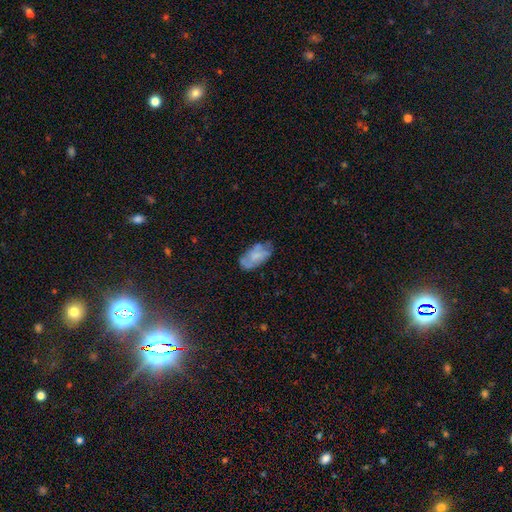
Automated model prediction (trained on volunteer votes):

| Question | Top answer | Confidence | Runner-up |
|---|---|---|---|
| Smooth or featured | smooth | 50% | featured or disk (42%) |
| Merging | none | 58% | minor disturbance (28%) |